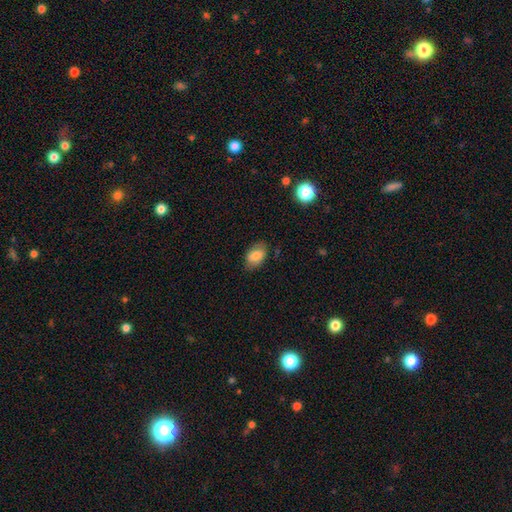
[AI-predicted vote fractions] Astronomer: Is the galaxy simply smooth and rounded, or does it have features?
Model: smooth — 78%.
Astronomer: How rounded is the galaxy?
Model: in between — 90%.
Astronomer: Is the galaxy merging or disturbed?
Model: none — 76%.